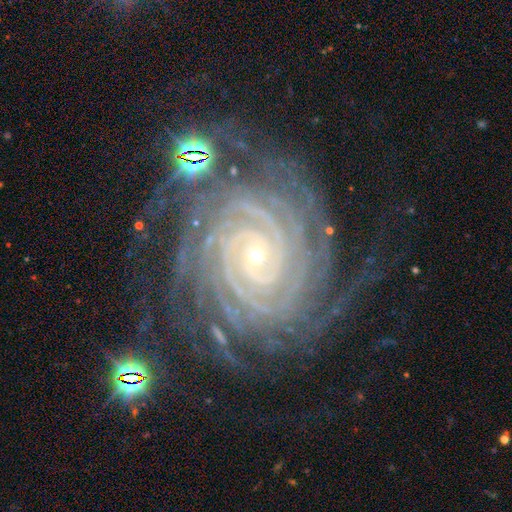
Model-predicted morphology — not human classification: Smooth or featured: featured or disk — 92% (star or artifact — 5%)
Edge-on disk: no — 98% (yes — 2%)
Bar: no — 64% (weak — 20%)
Spiral arms: yes — 99% (no — 1%)
Spiral winding: tight — 91% (medium — 8%)
Spiral arm count: more than 4 — 28% (4 — 24%)
Bulge size: small — 86% (moderate — 11%)
Merging: none — 76% (minor disturbance — 15%)